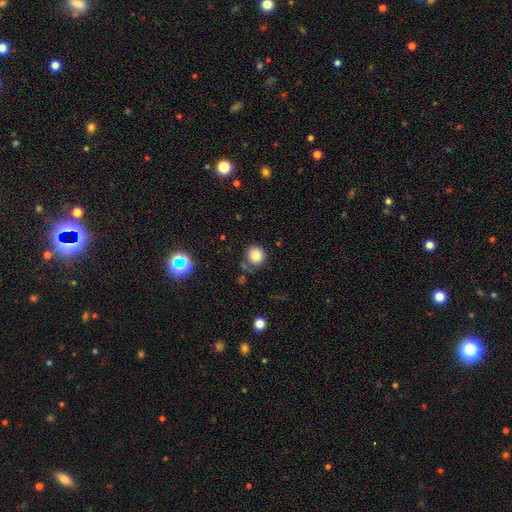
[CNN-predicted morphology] smooth_or_featured: smooth (p=0.83) [alt: star or artifact p=0.12]
how_rounded: round (p=0.89) [alt: in between p=0.10]
merging: none (p=0.72) [alt: minor disturbance p=0.16]